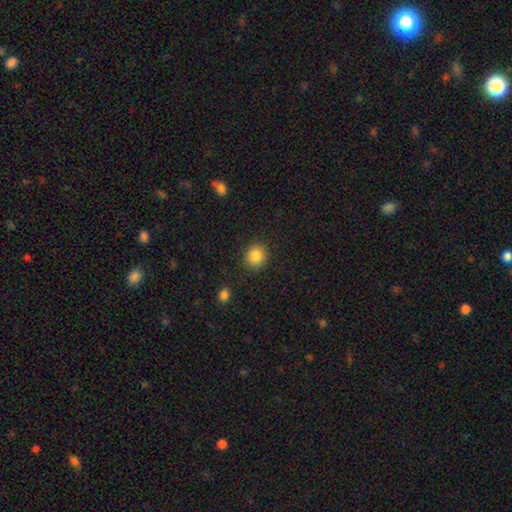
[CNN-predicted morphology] smooth 86%, star or artifact 10%, featured or disk 4%. Down the decision tree: how rounded — round (86%); merging — none (89%).